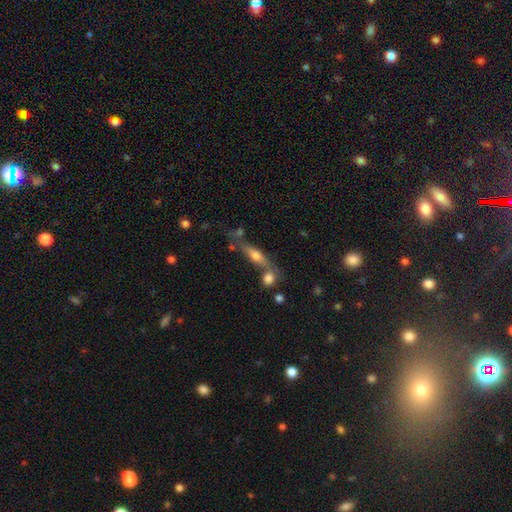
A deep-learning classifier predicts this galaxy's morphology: The model was most divided on "smooth or featured": smooth: 49%, featured or disk: 43%, star or artifact: 8%. More confident: merging — none (52%).